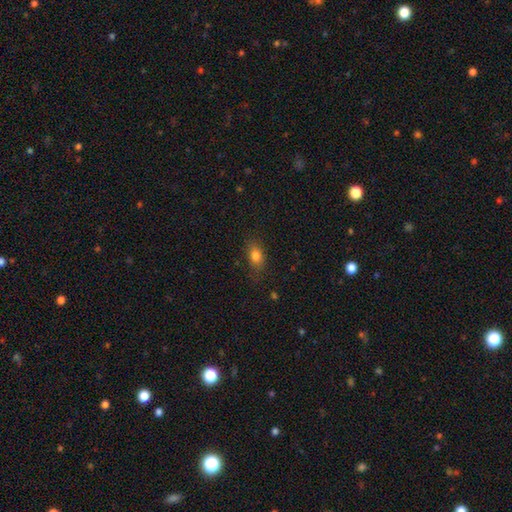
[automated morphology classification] Smooth or featured?
  - smooth: 81% *
  - star or artifact: 10%
  - featured or disk: 9%
How rounded?
  - in between: 78% *
  - round: 16%
  - cigar-shaped: 5%
Merging?
  - none: 77% *
  - minor disturbance: 17%
  - major disturbance: 5%
  - merger: 1%